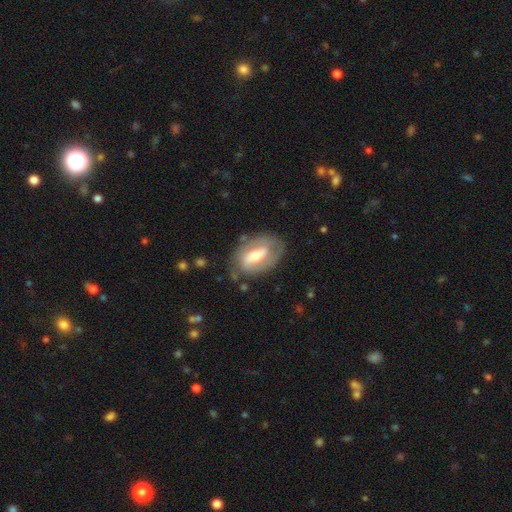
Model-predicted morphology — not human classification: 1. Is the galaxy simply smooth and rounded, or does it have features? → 70% featured or disk, 25% smooth, 5% star or artifact.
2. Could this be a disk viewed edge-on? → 93% no, 7% yes.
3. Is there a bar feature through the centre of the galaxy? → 42% strong, 37% weak, 21% no.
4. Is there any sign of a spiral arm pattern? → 69% yes, 31% no.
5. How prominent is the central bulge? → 62% moderate, 27% small, 8% large, 1% none, 1% dominant.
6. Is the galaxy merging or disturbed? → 70% none, 20% minor disturbance, 9% major disturbance, 2% merger.